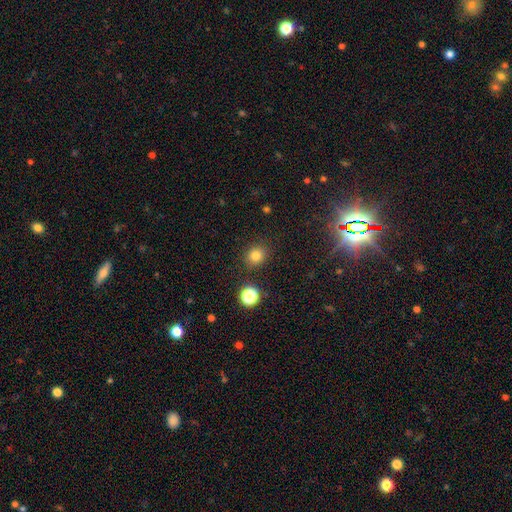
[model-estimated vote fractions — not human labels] Morphology: type=smooth (79%); roundness=round (80%); merging=none (86%).